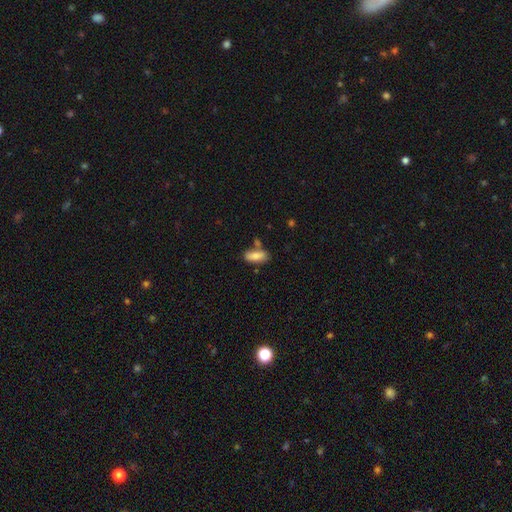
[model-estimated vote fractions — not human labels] Smooth or featured? smooth (82%)
How rounded? in between (79%)
Merging? none (66%)